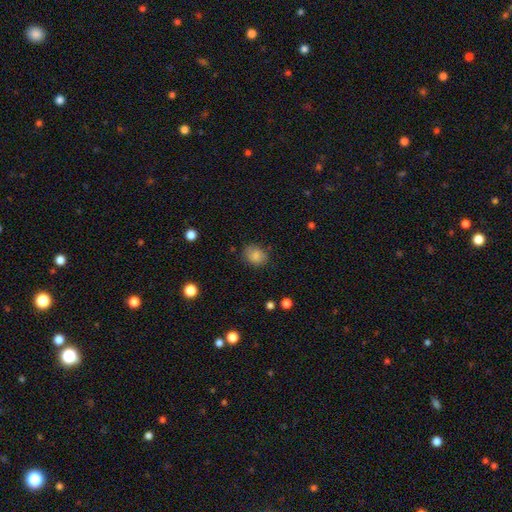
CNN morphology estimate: Q: Smooth or featured?
A: smooth (83%); runner-up: star or artifact (9%)
Q: How rounded?
A: round (51%); runner-up: in between (48%)
Q: Merging?
A: none (77%); runner-up: minor disturbance (17%)